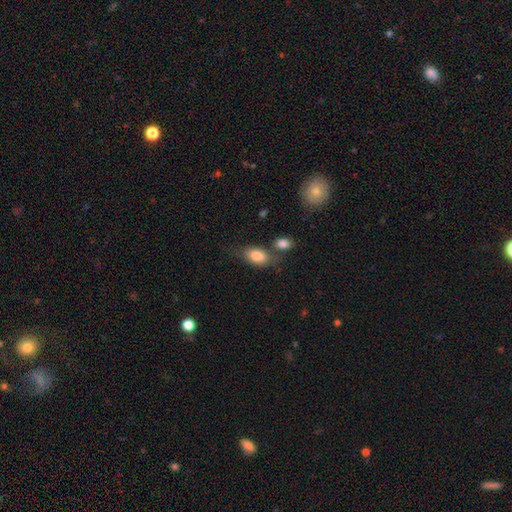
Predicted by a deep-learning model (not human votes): smooth-or-featured: smooth: 82% | featured or disk: 11% | star or artifact: 7%
  how-rounded: in between: 88% | round: 8% | cigar-shaped: 4%
  merging: none: 56% | merger: 20% | minor disturbance: 18% | major disturbance: 6%